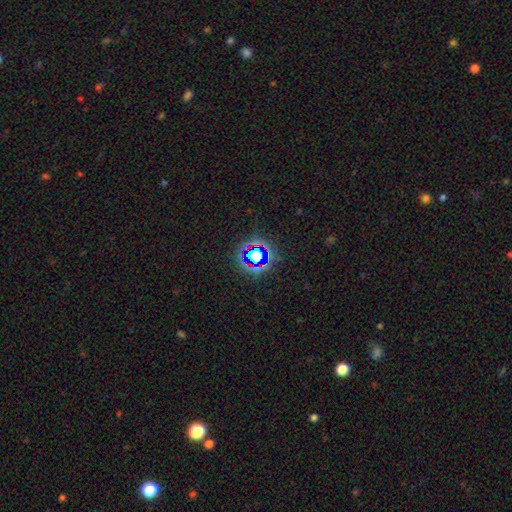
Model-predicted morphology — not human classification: A star or artifact, not a galaxy (72%).